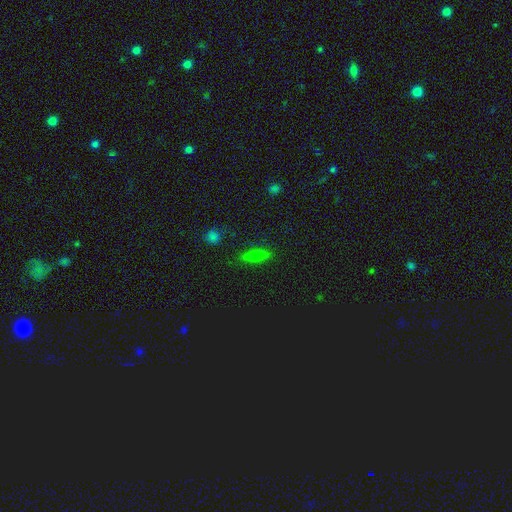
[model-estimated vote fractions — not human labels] This is likely a smooth galaxy (64%). How rounded: likely cigar-shaped (70%). Merging: clearly none (86%).